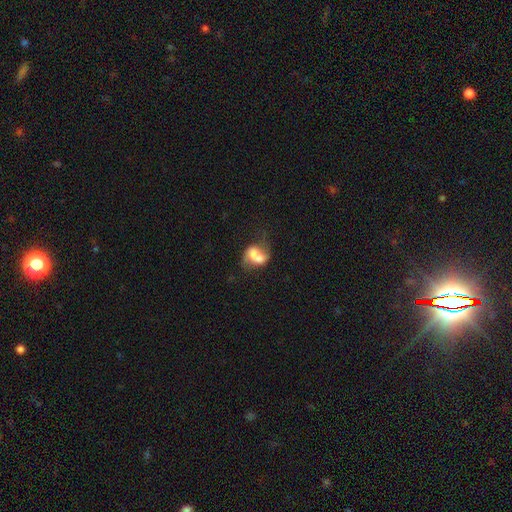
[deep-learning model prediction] Overall: smooth (50%; featured or disk 41%). Merging: merger (52%; none 20%).